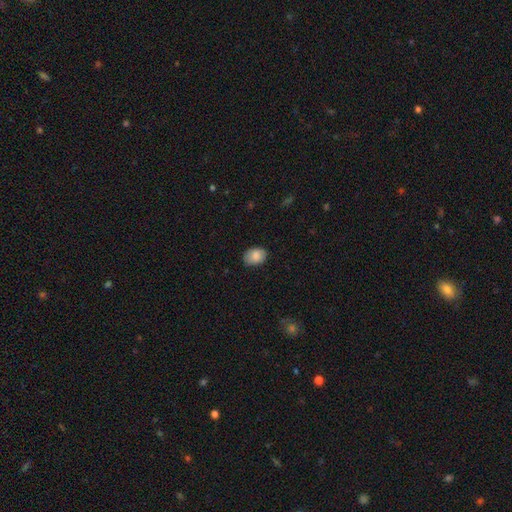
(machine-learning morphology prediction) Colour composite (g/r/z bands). It shows a smooth galaxy with no disk features (85%) that is in between round and cigar-shaped (73%). Merging: none (81%).